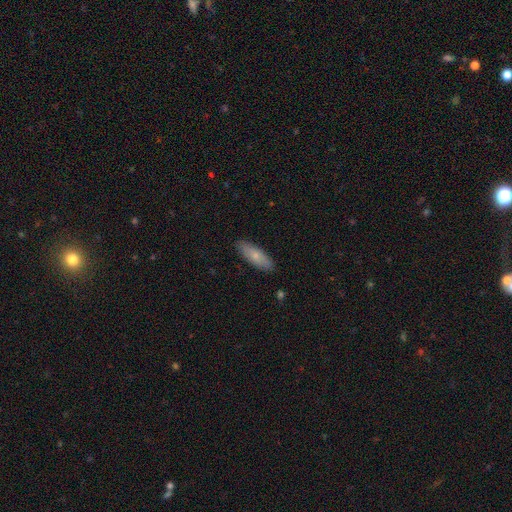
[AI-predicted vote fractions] Smooth or featured? Predicted: smooth (p=0.71). How rounded? Predicted: in between (p=0.54). Merging? Predicted: none (p=0.87).